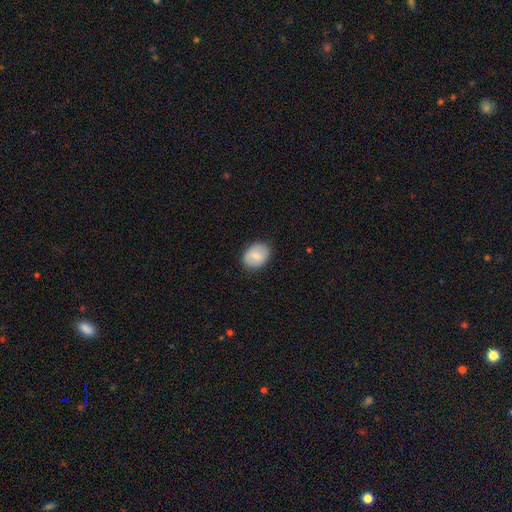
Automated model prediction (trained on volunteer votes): Overall: smooth (74%). How rounded: in between (63%; round 36%). Merging: none (85%).